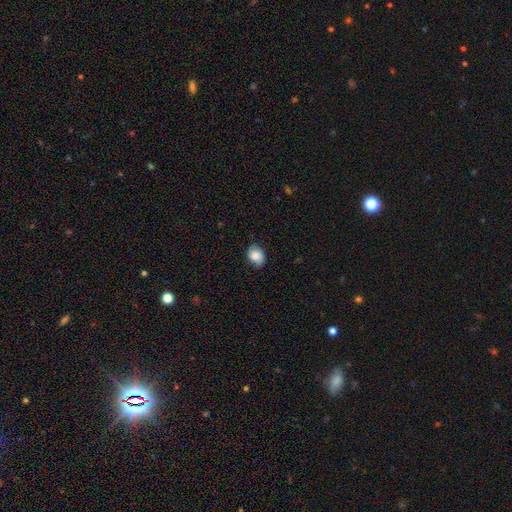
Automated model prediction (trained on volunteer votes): A smooth galaxy with no disk features (73%) that is in between round and cigar-shaped (60%).

Vote fractions:
- Smooth or featured? smooth: 73% / featured or disk: 18% / star or artifact: 9%
- How rounded? in between: 60% / round: 38% / cigar-shaped: 1%
- Merging? none: 75% / minor disturbance: 20% / major disturbance: 4% / merger: 1%